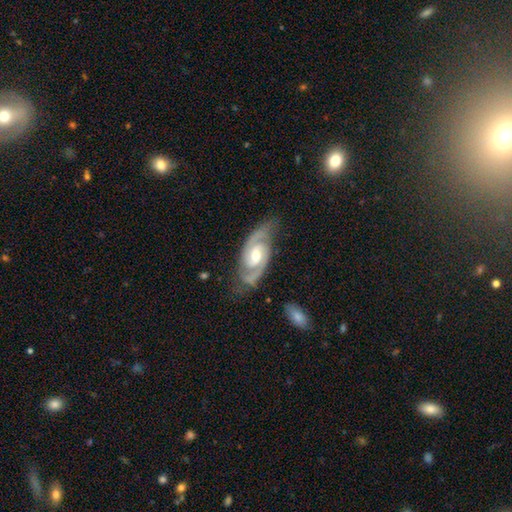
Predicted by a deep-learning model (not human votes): Overall: featured or disk (92%). Edge-on disk: no (96%). Bar: weak (43%, tied with no). Spiral arms: yes (98%). Spiral arm count: 2 (93%). Spiral winding: medium (50%; tight 41%). Bulge size: moderate (65%; small 29%). Merging: none (80%).